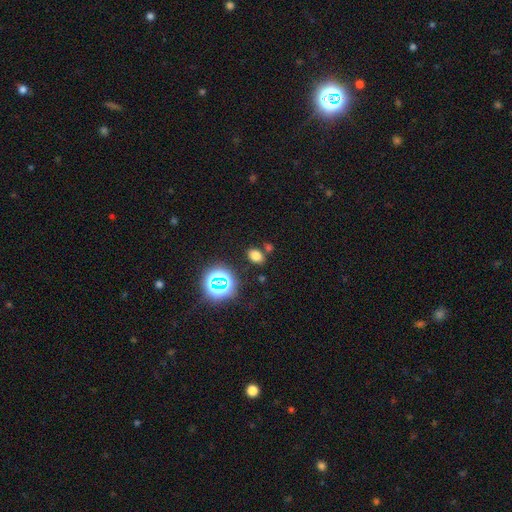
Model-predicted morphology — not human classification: type=smooth (70%); roundness=in between (76%); merging=none (78%).